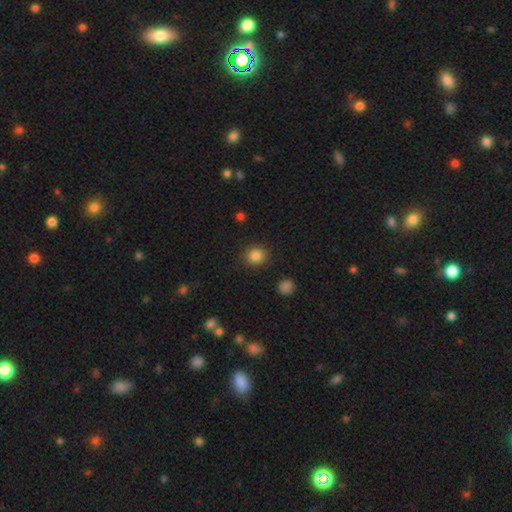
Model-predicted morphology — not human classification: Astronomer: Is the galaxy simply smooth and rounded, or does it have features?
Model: smooth — 85%.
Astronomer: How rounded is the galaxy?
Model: round — 82%.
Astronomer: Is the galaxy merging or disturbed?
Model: none — 89%.